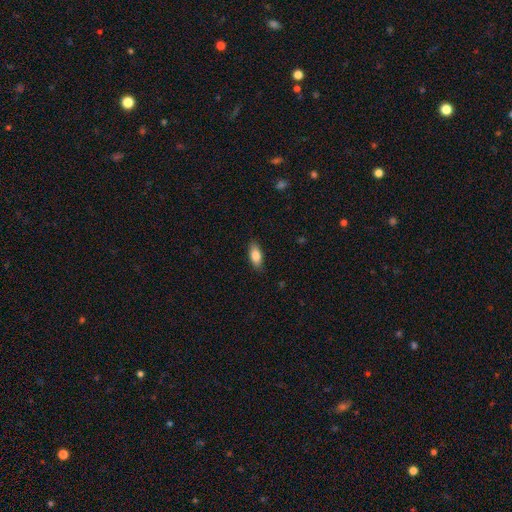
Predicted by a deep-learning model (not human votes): Q: Smooth or featured?
A: smooth (83%); runner-up: featured or disk (10%)
Q: How rounded?
A: in between (85%); runner-up: cigar-shaped (12%)
Q: Merging?
A: none (86%); runner-up: minor disturbance (11%)